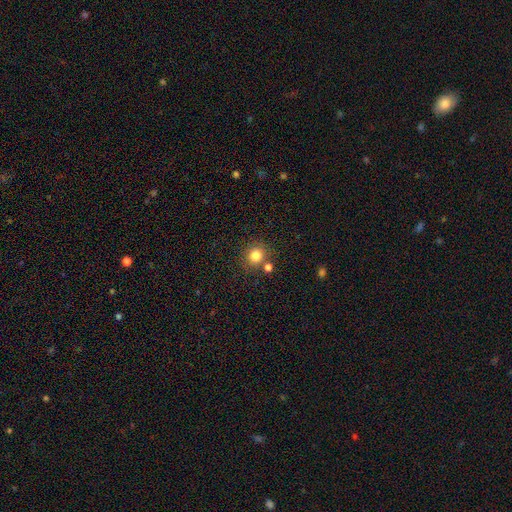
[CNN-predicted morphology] This appears to be a smooth galaxy with no disk features (81%) that is round (86%). Merging: none (75%).